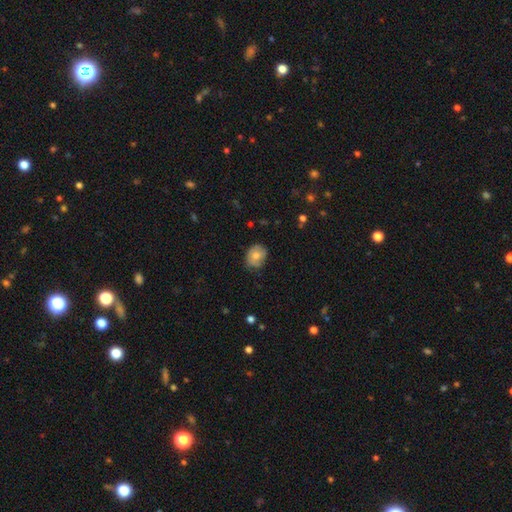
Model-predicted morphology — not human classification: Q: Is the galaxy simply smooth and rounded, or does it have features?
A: smooth — 71%.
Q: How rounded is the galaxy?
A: round — 50%.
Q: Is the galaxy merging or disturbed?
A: none — 67%.